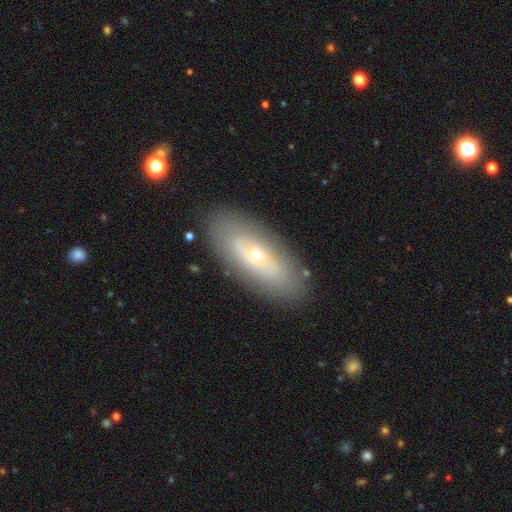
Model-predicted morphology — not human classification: Q: Smooth or featured?
A: featured or disk (50%); runner-up: smooth (42%)
Q: Merging?
A: none (85%); runner-up: minor disturbance (10%)